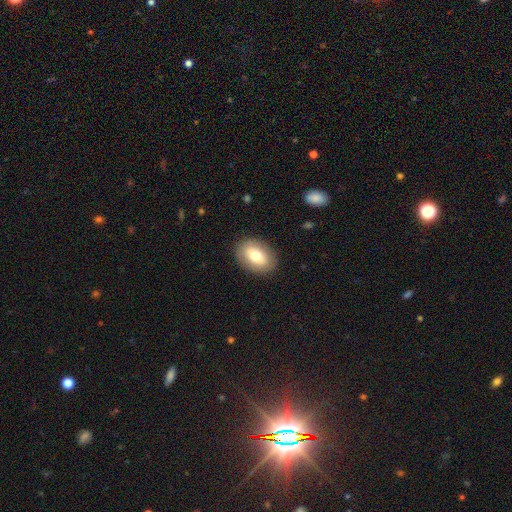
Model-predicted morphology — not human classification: A smooth galaxy with no disk features (72%) that is in between round and cigar-shaped (82%).

Vote fractions:
- Smooth or featured? smooth: 72% / featured or disk: 21% / star or artifact: 7%
- How rounded? in between: 82% / round: 17% / cigar-shaped: 1%
- Merging? none: 87% / minor disturbance: 9% / major disturbance: 3% / merger: 1%